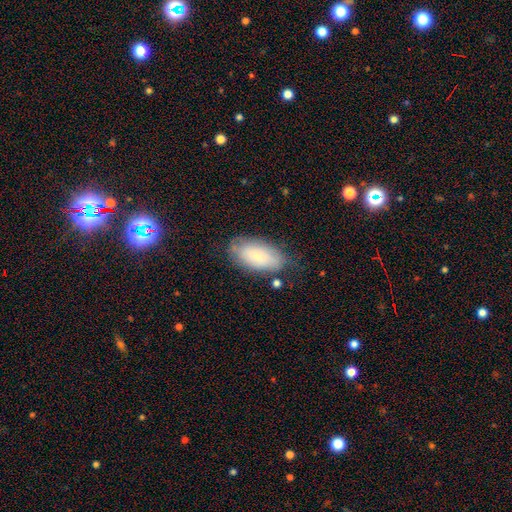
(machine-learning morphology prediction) Smooth or featured: smooth — 73% (featured or disk — 20%)
How rounded: in between — 93% (cigar-shaped — 4%)
Merging: none — 70% (minor disturbance — 21%)